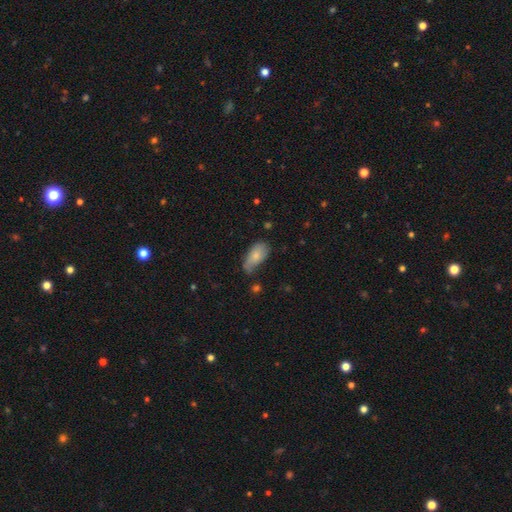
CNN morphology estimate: This appears to be a smooth galaxy with no disk features (78%) that is in between round and cigar-shaped (91%). Merging: none (47%).